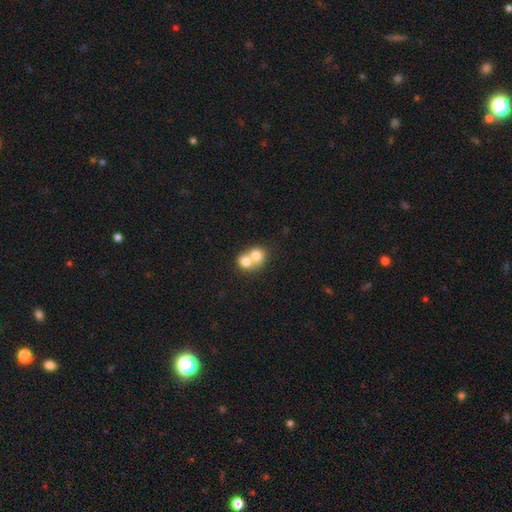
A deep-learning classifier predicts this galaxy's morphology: Smooth or featured? smooth (74%)
How rounded? round (67%)
Merging? merger (74%)